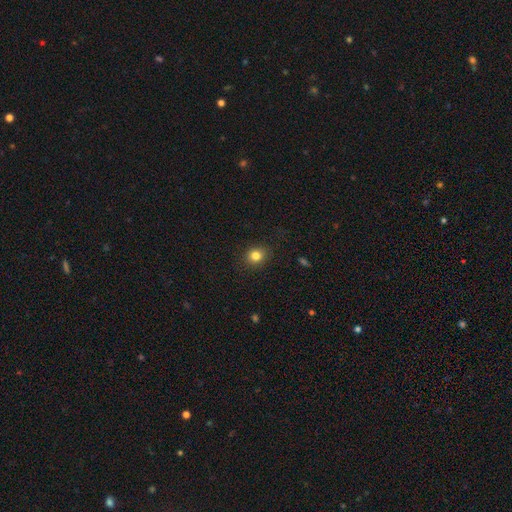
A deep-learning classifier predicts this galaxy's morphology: Smooth or featured? Predicted: smooth (p=0.82). How rounded? Predicted: round (p=0.75). Merging? Predicted: none (p=0.89).